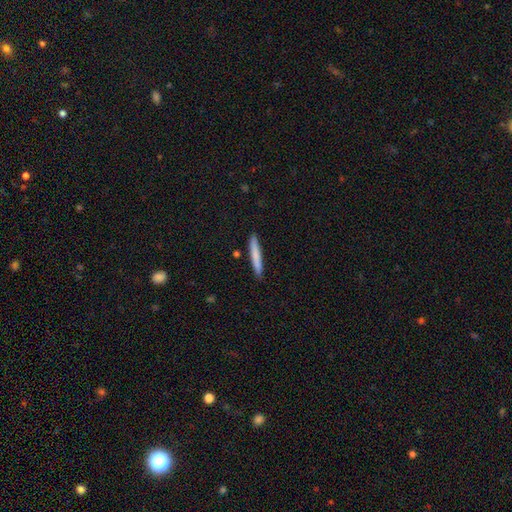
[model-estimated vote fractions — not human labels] A smooth galaxy with no disk features (78%) that is cigar-shaped (95%).

Vote fractions:
- Smooth or featured? smooth: 78% / featured or disk: 17% / star or artifact: 5%
- How rounded? cigar-shaped: 95% / in between: 3% / round: 1%
- Merging? none: 90% / minor disturbance: 7% / merger: 1% / major disturbance: 1%